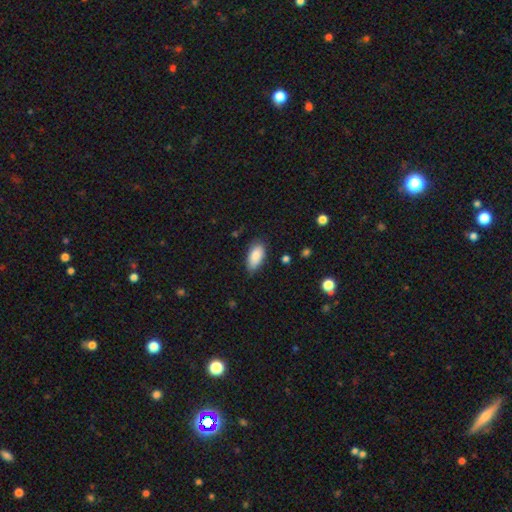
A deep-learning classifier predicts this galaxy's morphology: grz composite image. It shows a smooth galaxy with no disk features (86%) that is in between round and cigar-shaped (91%). Merging: none (76%).